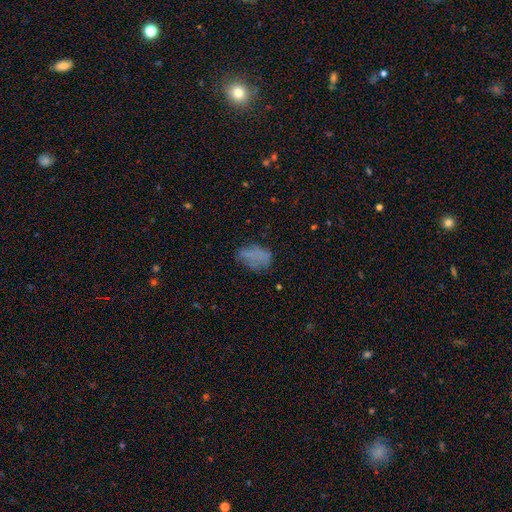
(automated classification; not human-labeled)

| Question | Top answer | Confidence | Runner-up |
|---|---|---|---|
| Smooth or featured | smooth | 63% | featured or disk (21%) |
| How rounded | in between | 87% | round (10%) |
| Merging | none | 53% | minor disturbance (26%) |